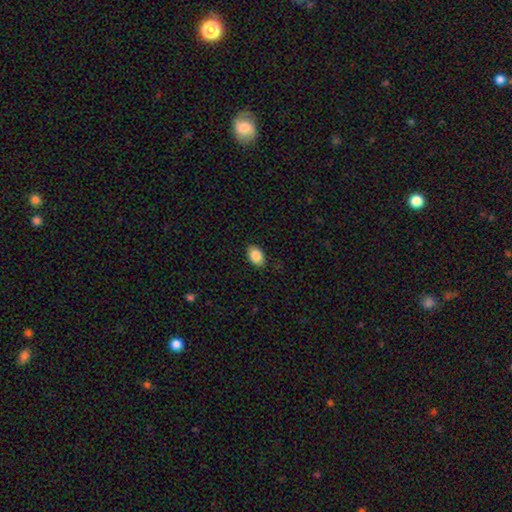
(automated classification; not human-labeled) This is clearly a smooth galaxy (87%). How rounded: clearly in between (86%). Merging: clearly none (87%).